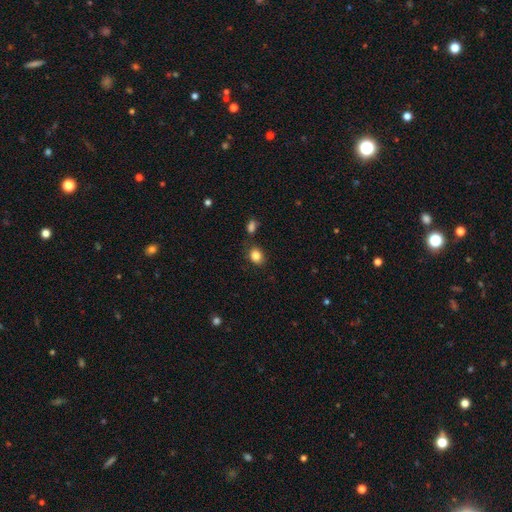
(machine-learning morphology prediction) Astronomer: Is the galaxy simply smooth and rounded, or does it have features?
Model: smooth — 85%.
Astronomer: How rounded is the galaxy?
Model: in between — 50% (runner-up: round, 49%).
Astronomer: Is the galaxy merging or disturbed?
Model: none — 77%.